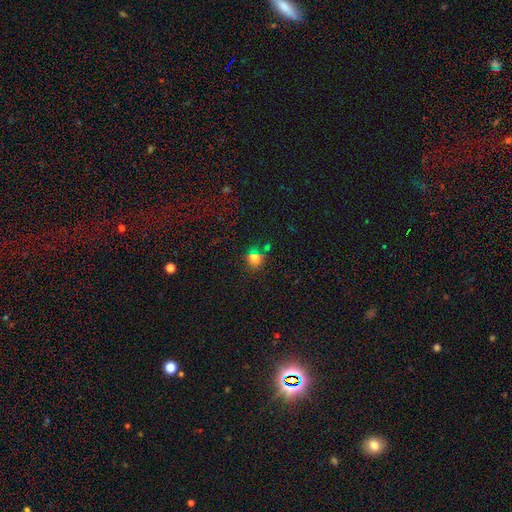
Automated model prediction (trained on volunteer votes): This is possibly a smooth galaxy (52%). How rounded: clearly round (88%). Merging: clearly none (81%).